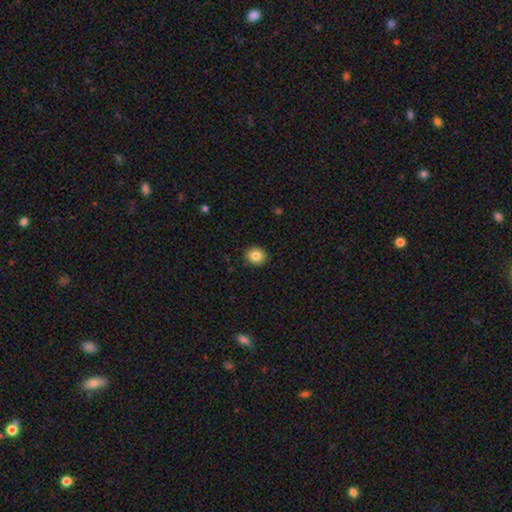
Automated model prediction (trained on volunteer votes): A smooth galaxy with no disk features (85%) that is round (70%).

Vote fractions:
- Smooth or featured? smooth: 85% / star or artifact: 9% / featured or disk: 6%
- How rounded? round: 70% / in between: 29% / cigar-shaped: 1%
- Merging? none: 91% / minor disturbance: 6% / major disturbance: 2% / merger: 1%